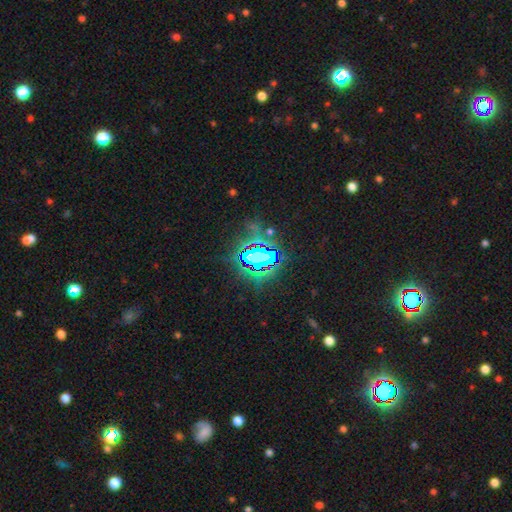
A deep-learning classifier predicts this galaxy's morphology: The model was most divided on "smooth or featured": star or artifact: 82%, smooth: 11%, featured or disk: 7%.